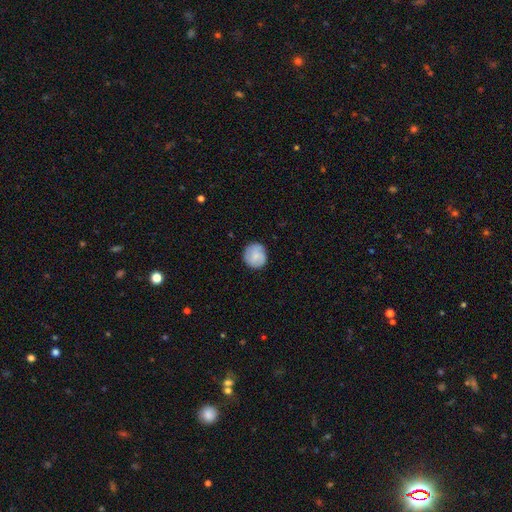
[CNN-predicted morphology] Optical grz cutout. It shows a smooth galaxy with no disk features (74%) that is round (92%). Merging: none (85%).